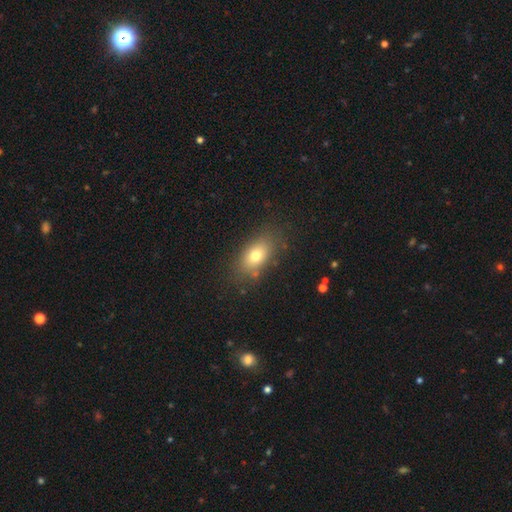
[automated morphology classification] A smooth galaxy with no disk features (74%) that is in between round and cigar-shaped (84%). Merging: none (80%).